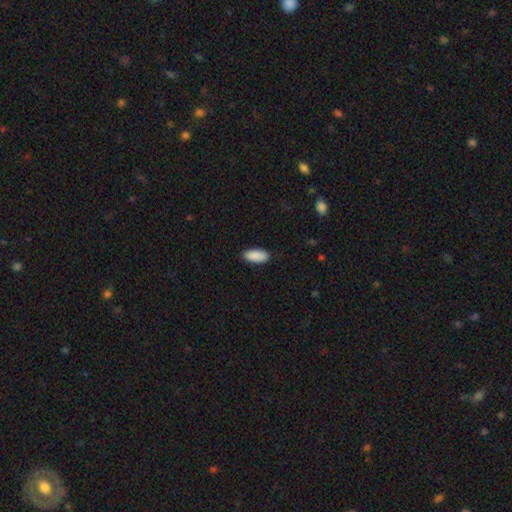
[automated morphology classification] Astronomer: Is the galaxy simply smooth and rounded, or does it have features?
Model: smooth — 91%.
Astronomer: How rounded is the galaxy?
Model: in between — 89%.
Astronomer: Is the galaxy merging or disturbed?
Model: none — 87%.